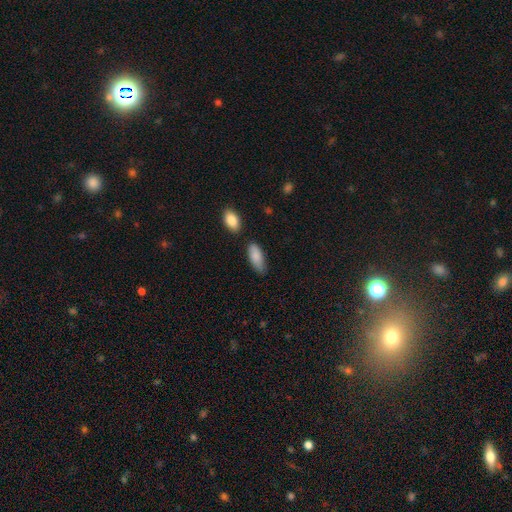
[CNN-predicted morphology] Smooth or featured: smooth — 86% (featured or disk — 7%)
How rounded: in between — 82% (cigar-shaped — 16%)
Merging: none — 67% (minor disturbance — 22%)